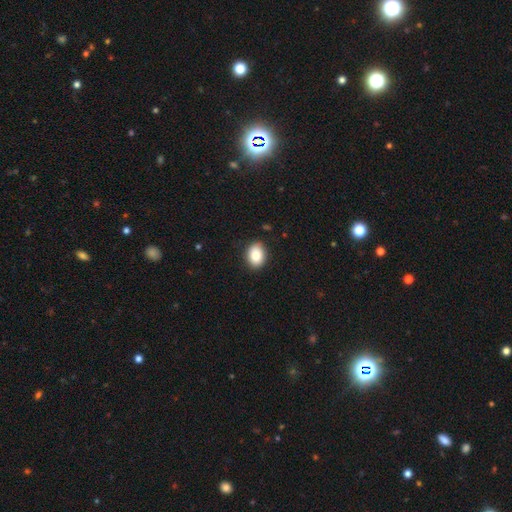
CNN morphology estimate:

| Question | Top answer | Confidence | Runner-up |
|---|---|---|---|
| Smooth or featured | smooth | 84% | star or artifact (8%) |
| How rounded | in between | 66% | round (33%) |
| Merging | none | 88% | minor disturbance (9%) |